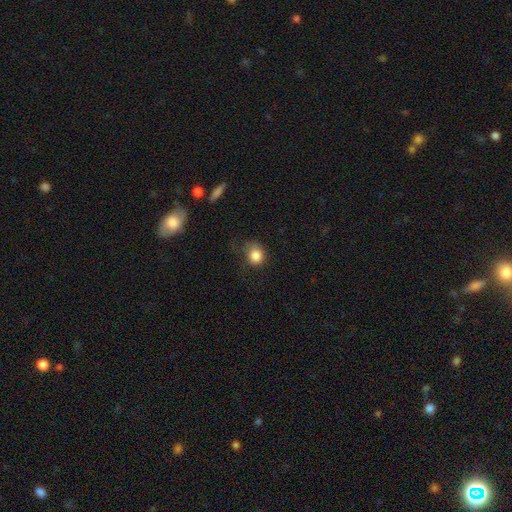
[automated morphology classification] type=smooth (84%); roundness=round (77%); merging=none (59%).